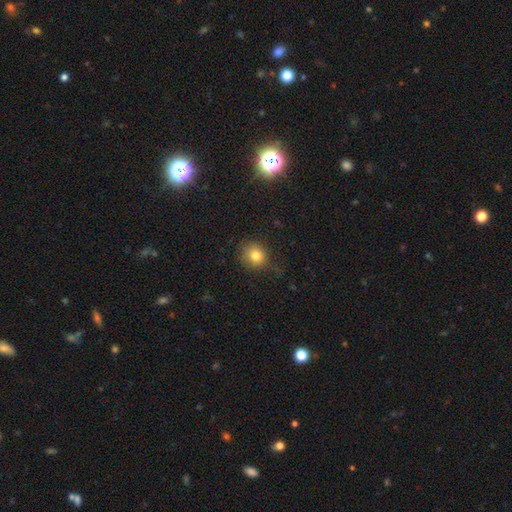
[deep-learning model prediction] Smooth or featured? Predicted: smooth (p=0.80). How rounded? Predicted: round (p=0.85). Merging? Predicted: none (p=0.75).